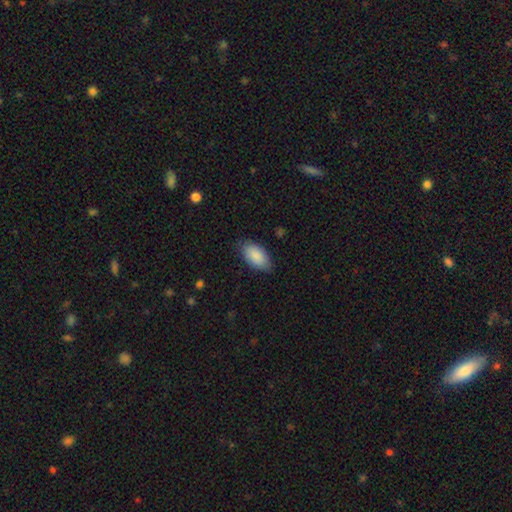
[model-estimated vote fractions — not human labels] A smooth galaxy with no disk features (89%) that is in between round and cigar-shaped (95%). Merging: none (80%).